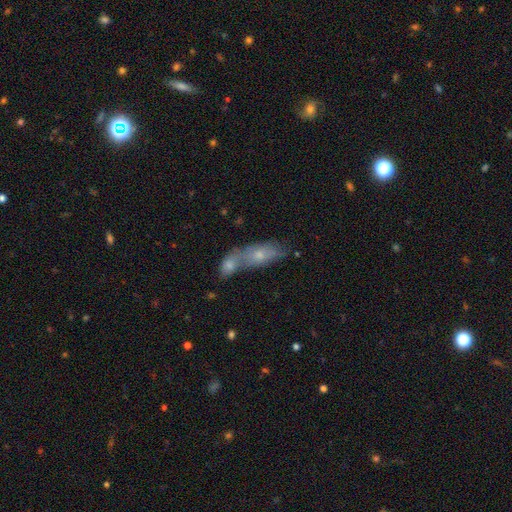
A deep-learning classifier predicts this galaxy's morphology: Smooth or featured? smooth (49%)
Merging? merger (54%)